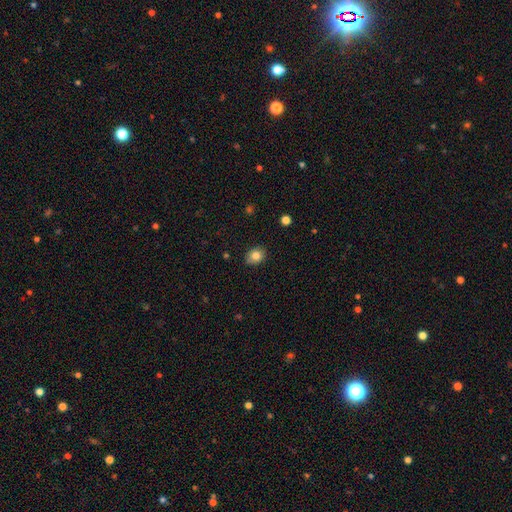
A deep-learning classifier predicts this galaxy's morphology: smooth_or_featured: smooth (p=0.83) [alt: star or artifact p=0.10]
how_rounded: round (p=0.55) [alt: in between p=0.44]
merging: none (p=0.84) [alt: minor disturbance p=0.13]